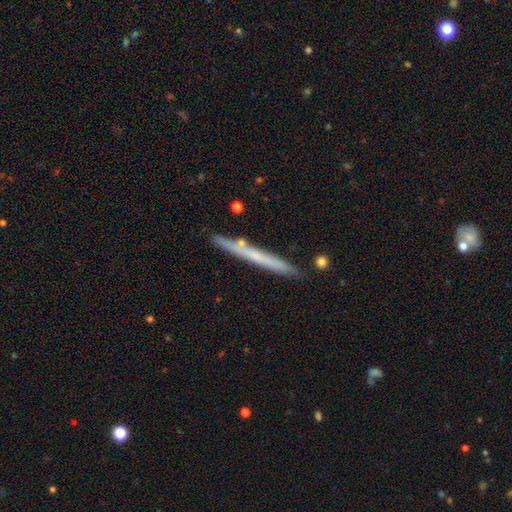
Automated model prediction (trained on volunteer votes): Morphology: type=featured or disk (47%, tied with smooth); merging=none (85%).